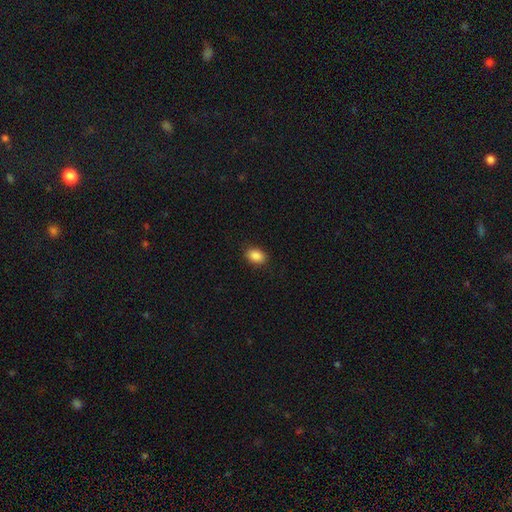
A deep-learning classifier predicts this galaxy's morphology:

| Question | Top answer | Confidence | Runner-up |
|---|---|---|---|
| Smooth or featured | smooth | 88% | star or artifact (8%) |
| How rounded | in between | 80% | round (19%) |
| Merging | none | 88% | minor disturbance (8%) |